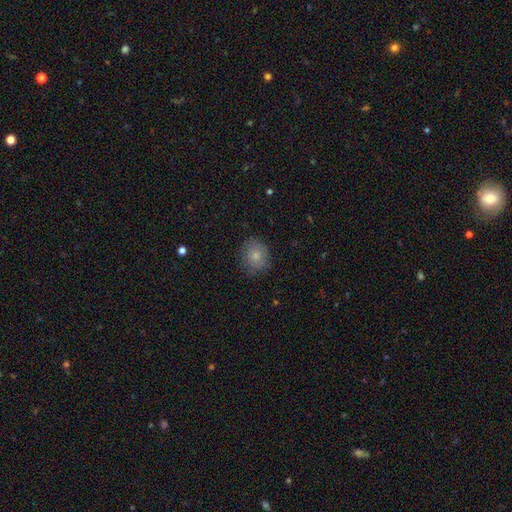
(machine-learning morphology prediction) smooth 79%, featured or disk 11%, star or artifact 10%. Down the decision tree: how rounded — round (72%); merging — none (81%).